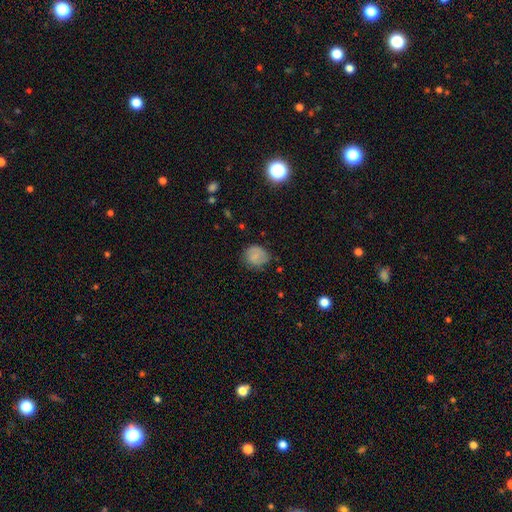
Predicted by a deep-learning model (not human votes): Smooth or featured?
  - smooth: 69% *
  - featured or disk: 21%
  - star or artifact: 10%
How rounded?
  - round: 71% *
  - in between: 28%
  - cigar-shaped: 1%
Merging?
  - none: 67% *
  - minor disturbance: 24%
  - major disturbance: 7%
  - merger: 2%